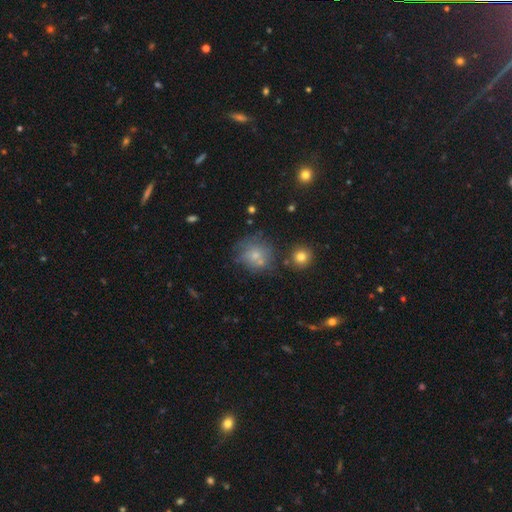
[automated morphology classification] The model was most divided on "merging": none: 55%, minor disturbance: 20%, merger: 14%, major disturbance: 11%. More confident: how rounded — round (83%); smooth or featured — smooth (66%).